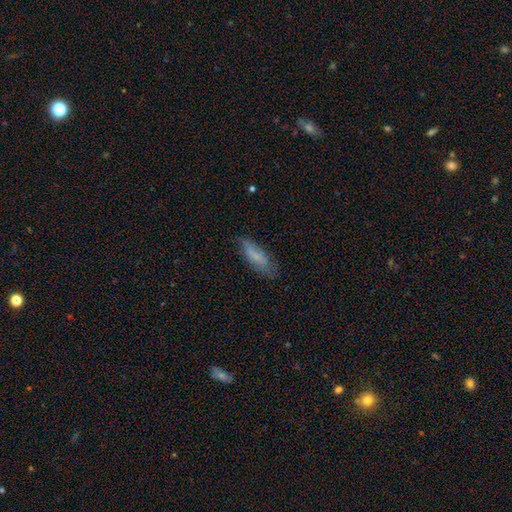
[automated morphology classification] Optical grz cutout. It shows a smooth galaxy with no disk features (70%) that is in between round and cigar-shaped (50%). Merging: none (66%).